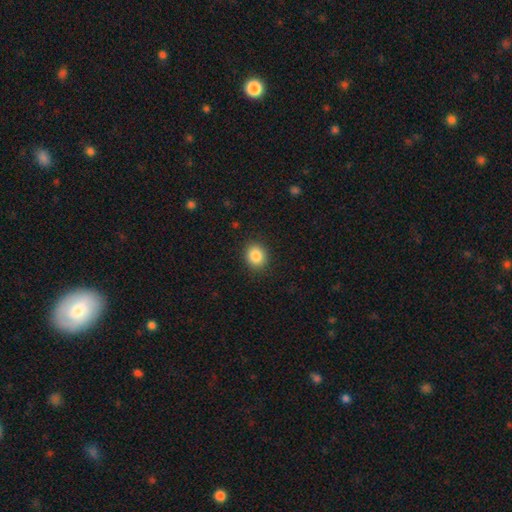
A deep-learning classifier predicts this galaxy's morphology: Smooth or featured: smooth — 86% (star or artifact — 9%)
How rounded: round — 73% (in between — 26%)
Merging: none — 90% (minor disturbance — 7%)